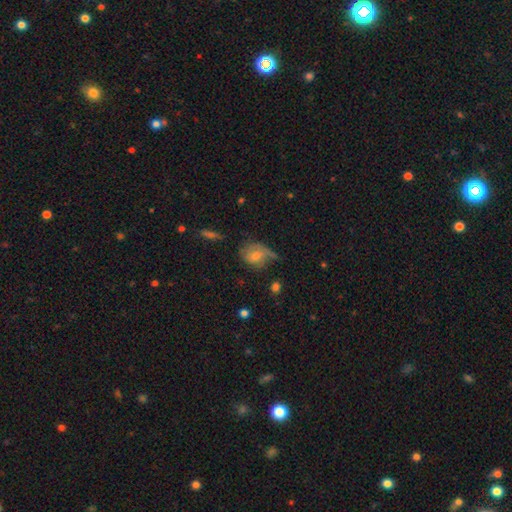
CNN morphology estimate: A smooth galaxy with no disk features (58%) that is in between round and cigar-shaped (54%). Merging: none (38%).